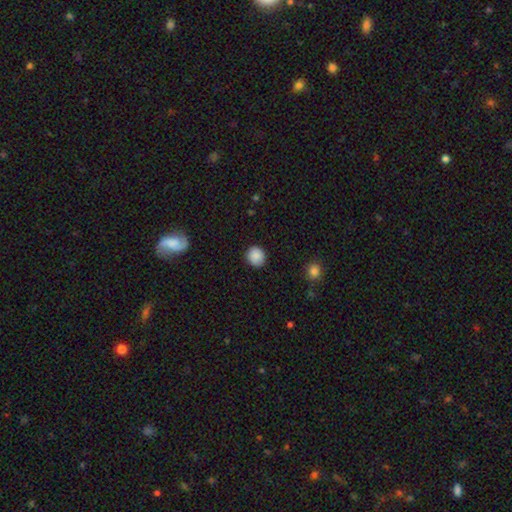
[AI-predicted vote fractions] smooth_or_featured: smooth (p=0.87) [alt: star or artifact p=0.09]
how_rounded: round (p=0.89) [alt: in between p=0.10]
merging: none (p=0.90) [alt: minor disturbance p=0.07]